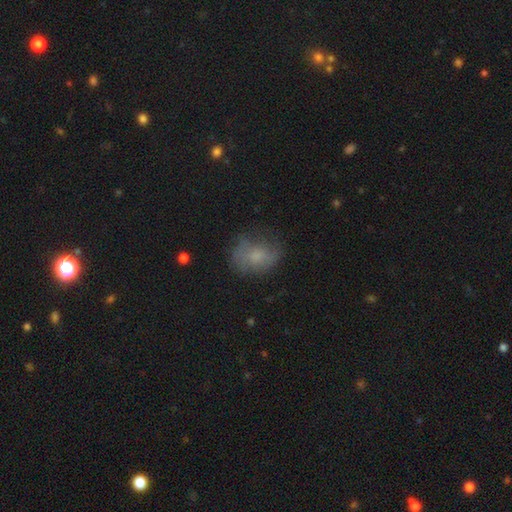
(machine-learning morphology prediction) type=smooth (62%); roundness=in between (60%); merging=none (57%).